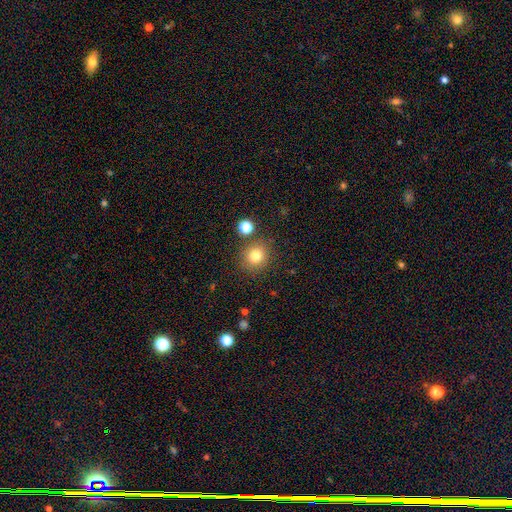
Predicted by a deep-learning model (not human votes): smooth_or_featured: smooth (p=0.79) [alt: star or artifact p=0.13]
how_rounded: round (p=0.86) [alt: in between p=0.13]
merging: none (p=0.82) [alt: minor disturbance p=0.09]